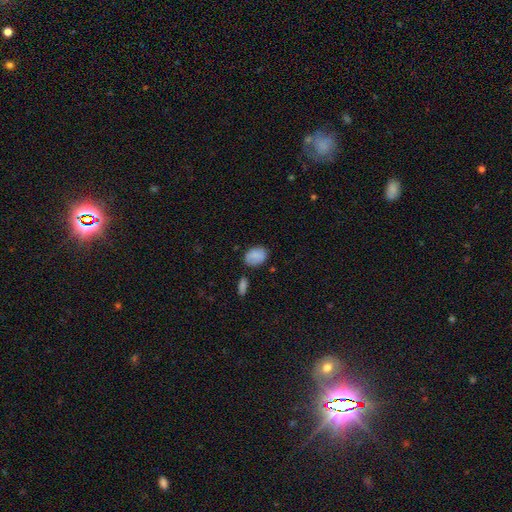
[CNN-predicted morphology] The model was most divided on "how rounded": in between: 75%, round: 24%, cigar-shaped: 1%. More confident: smooth or featured — smooth (84%); merging — none (74%).